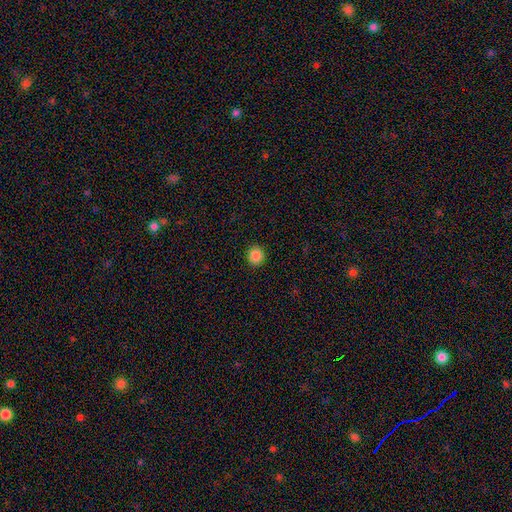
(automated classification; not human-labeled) Smooth or featured? Predicted: smooth (p=0.87). How rounded? Predicted: round (p=0.89). Merging? Predicted: none (p=0.92).